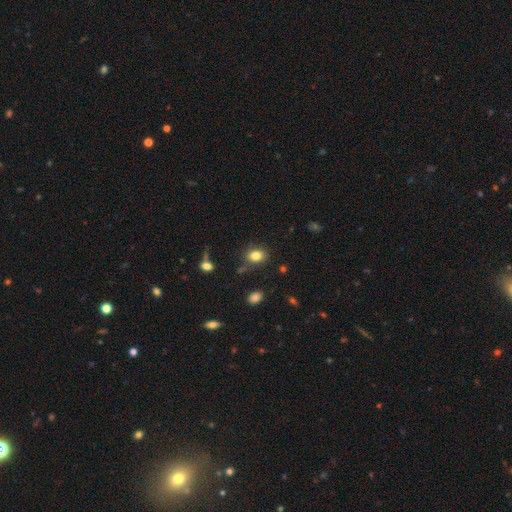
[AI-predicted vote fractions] Q: Smooth or featured?
A: smooth (82%); runner-up: star or artifact (11%)
Q: How rounded?
A: in between (57%); runner-up: round (42%)
Q: Merging?
A: none (78%); runner-up: minor disturbance (14%)